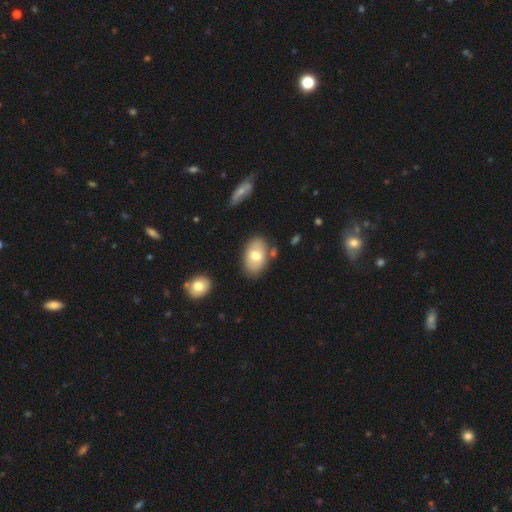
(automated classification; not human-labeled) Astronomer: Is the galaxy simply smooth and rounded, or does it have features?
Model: smooth — 72%.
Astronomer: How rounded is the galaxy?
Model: in between — 90%.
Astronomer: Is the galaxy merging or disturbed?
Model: none — 76%.